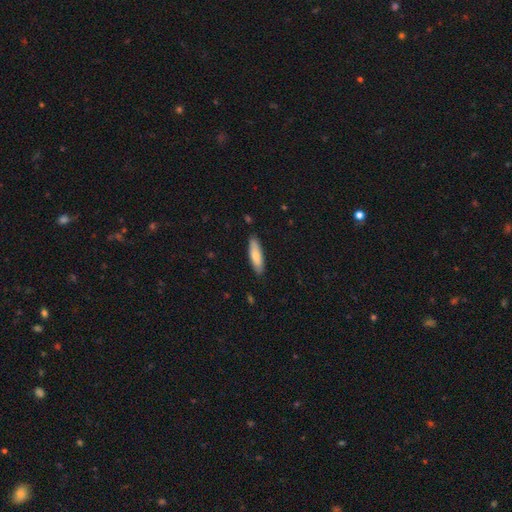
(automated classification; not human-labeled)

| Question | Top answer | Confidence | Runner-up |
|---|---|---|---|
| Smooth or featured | smooth | 76% | featured or disk (19%) |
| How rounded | cigar-shaped | 55% | in between (43%) |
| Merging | none | 85% | minor disturbance (12%) |